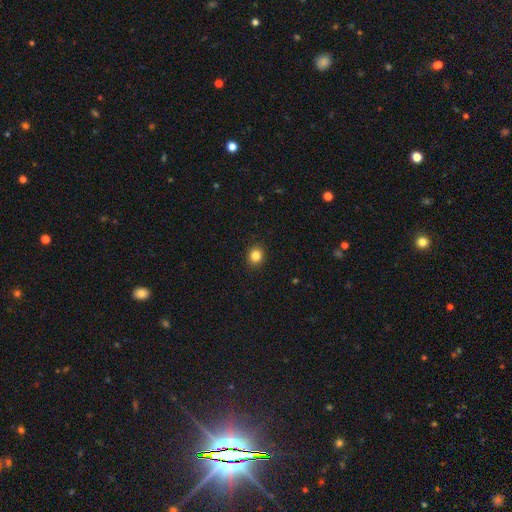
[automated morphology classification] Smooth or featured? Predicted: smooth (p=0.84). How rounded? Predicted: round (p=0.76). Merging? Predicted: none (p=0.91).